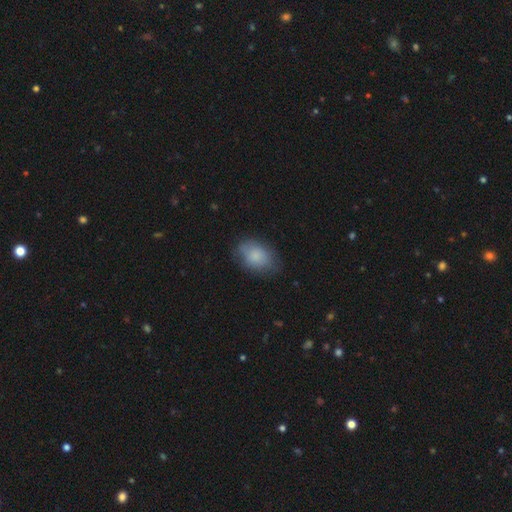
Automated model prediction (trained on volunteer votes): Q: Smooth or featured?
A: smooth (82%); runner-up: featured or disk (11%)
Q: How rounded?
A: in between (78%); runner-up: round (20%)
Q: Merging?
A: none (69%); runner-up: minor disturbance (23%)